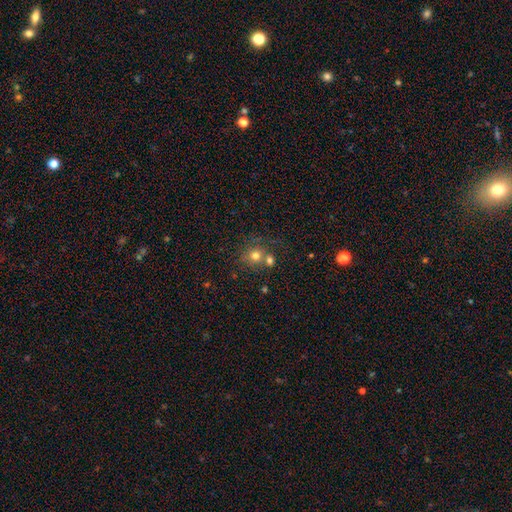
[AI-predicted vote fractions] smooth 73%, star or artifact 15%, featured or disk 12%. Down the decision tree: how rounded — round (85%); merging — none (55%).